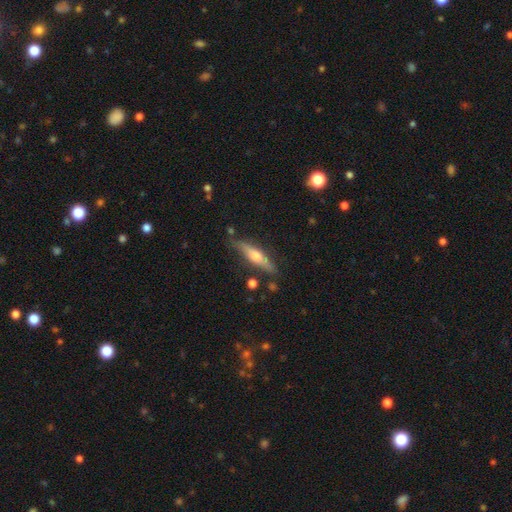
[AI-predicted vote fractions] featured or disk 59%, smooth 35%, star or artifact 6%. Down the decision tree: edge-on disk — yes (93%); edge-on bulge — rounded (88%); merging — none (80%).